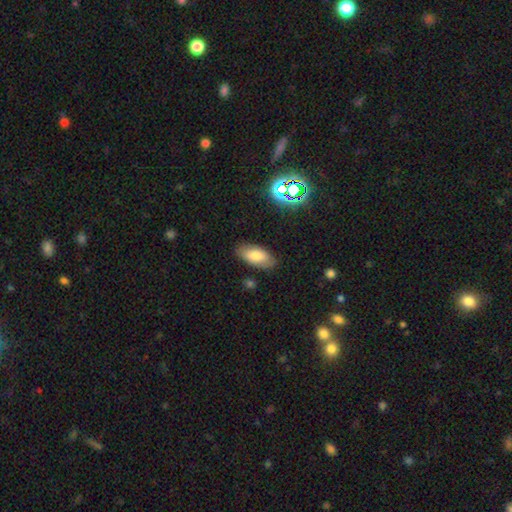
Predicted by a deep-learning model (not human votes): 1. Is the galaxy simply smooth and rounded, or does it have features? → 77% smooth, 14% featured or disk, 9% star or artifact.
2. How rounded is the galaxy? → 91% in between, 7% cigar-shaped, 2% round.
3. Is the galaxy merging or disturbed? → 83% none, 13% minor disturbance, 3% major disturbance, 2% merger.